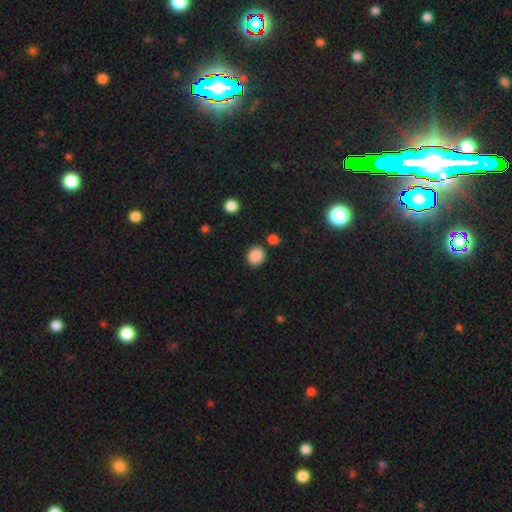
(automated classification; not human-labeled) A smooth galaxy with no disk features (88%) that is round (61%).

Vote fractions:
- Smooth or featured? smooth: 88% / star or artifact: 9% / featured or disk: 3%
- How rounded? round: 61% / in between: 38% / cigar-shaped: 1%
- Merging? none: 81% / minor disturbance: 11% / merger: 5% / major disturbance: 3%